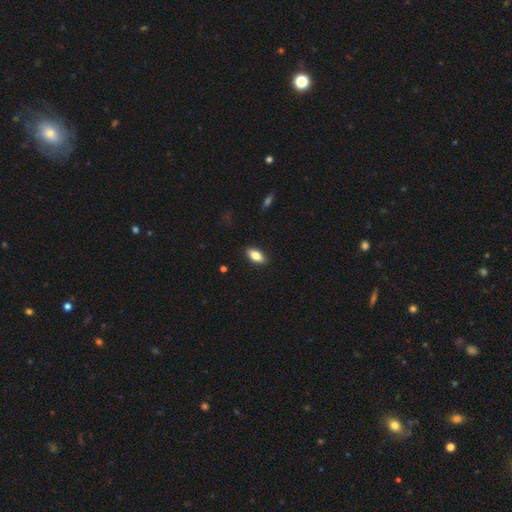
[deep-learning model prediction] Overall: smooth (78%). How rounded: in between (87%). Merging: none (89%).